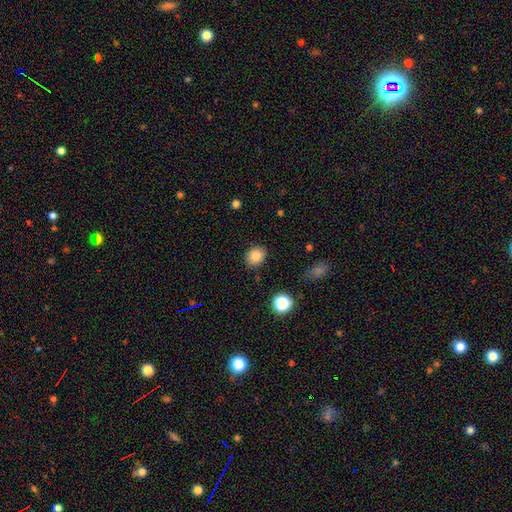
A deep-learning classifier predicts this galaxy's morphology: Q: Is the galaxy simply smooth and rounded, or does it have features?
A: smooth — 84%.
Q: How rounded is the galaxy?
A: round — 59%.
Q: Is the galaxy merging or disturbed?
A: none — 85%.